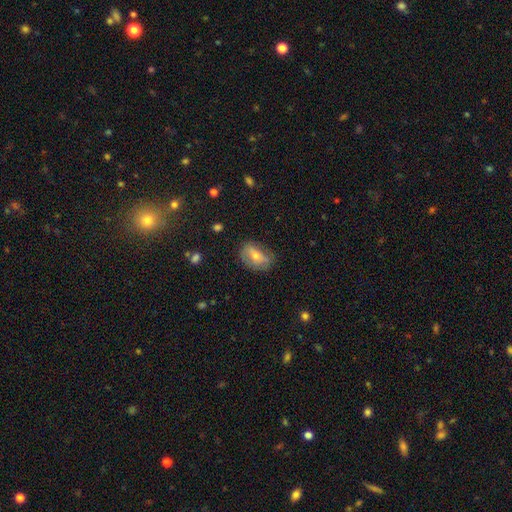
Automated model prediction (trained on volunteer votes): This is possibly a smooth galaxy (55%). How rounded: clearly in between (81%). Merging: likely none (65%).